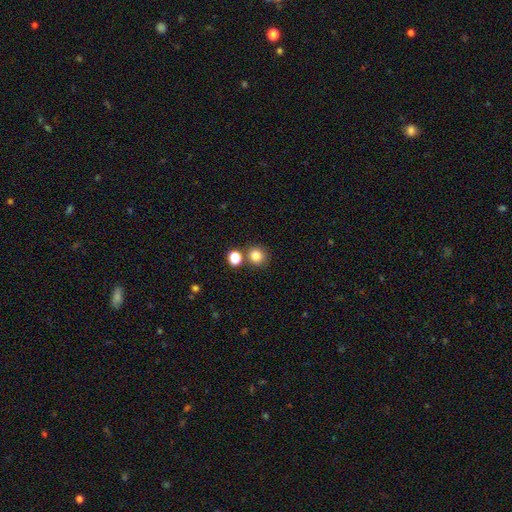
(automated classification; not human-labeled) Morphology: type=smooth (82%); roundness=round (89%); merging=none (76%).